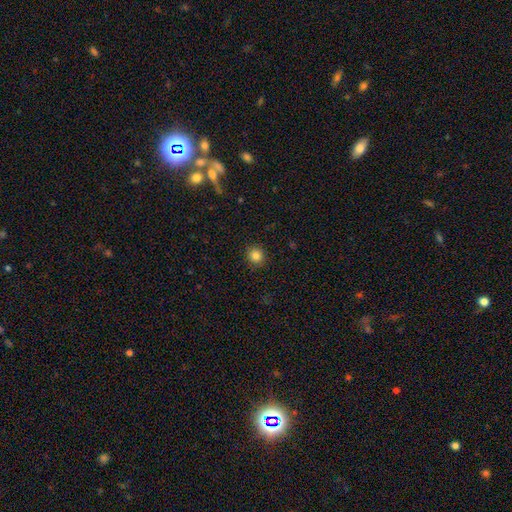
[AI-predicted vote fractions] Smooth or featured? Predicted: smooth (p=0.85). How rounded? Predicted: round (p=0.88). Merging? Predicted: none (p=0.91).